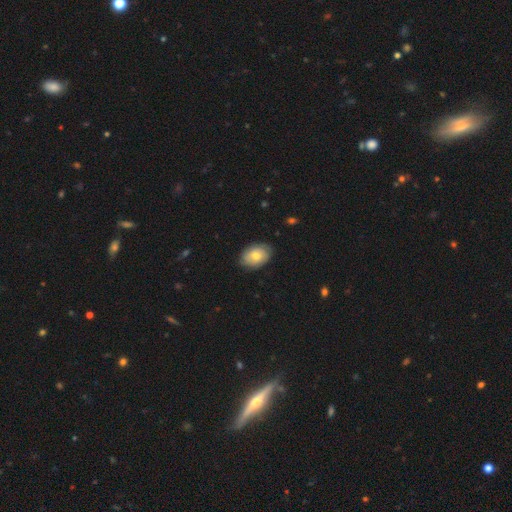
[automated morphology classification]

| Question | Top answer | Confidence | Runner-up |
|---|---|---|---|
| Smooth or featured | smooth | 62% | featured or disk (31%) |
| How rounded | in between | 82% | round (17%) |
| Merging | none | 81% | minor disturbance (15%) |